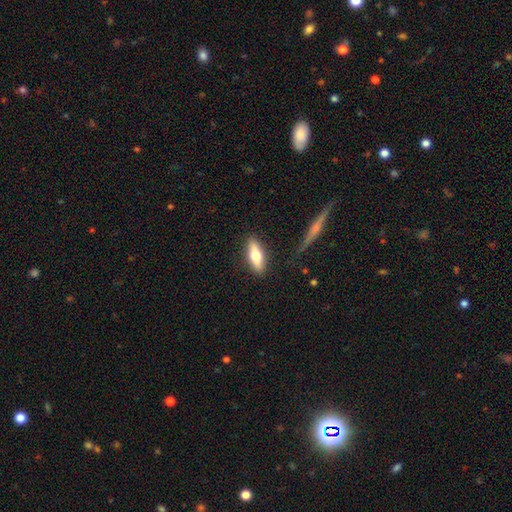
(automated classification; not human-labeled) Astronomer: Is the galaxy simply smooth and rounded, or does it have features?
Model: smooth — 61%.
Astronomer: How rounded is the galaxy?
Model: in between — 55% (runner-up: cigar-shaped, 43%).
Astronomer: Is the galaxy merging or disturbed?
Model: none — 85%.